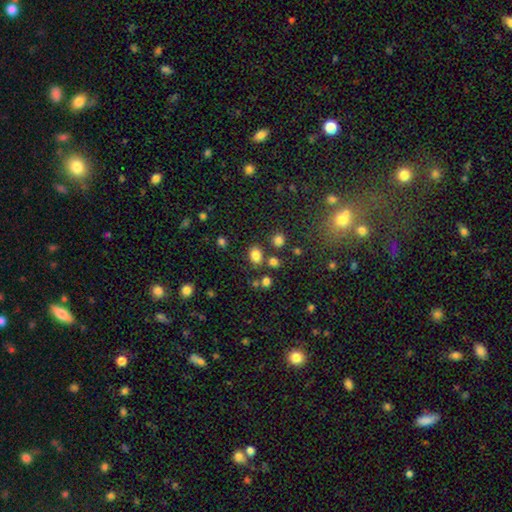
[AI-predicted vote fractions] A smooth galaxy with no disk features (80%) that is in between round and cigar-shaped (67%).

Vote fractions:
- Smooth or featured? smooth: 80% / star or artifact: 14% / featured or disk: 6%
- How rounded? in between: 67% / round: 32% / cigar-shaped: 1%
- Merging? none: 74% / minor disturbance: 12% / merger: 10% / major disturbance: 4%